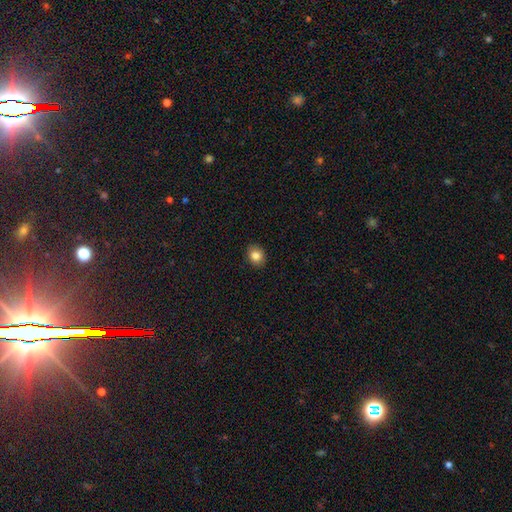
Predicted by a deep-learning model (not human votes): Smooth or featured? smooth (83%)
How rounded? round (57%)
Merging? none (90%)